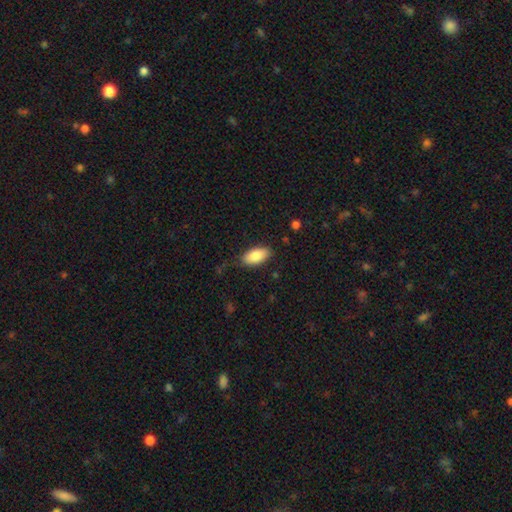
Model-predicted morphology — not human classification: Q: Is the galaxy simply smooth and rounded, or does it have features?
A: smooth — 86%.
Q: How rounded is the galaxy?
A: in between — 93%.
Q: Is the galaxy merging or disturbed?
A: none — 79%.